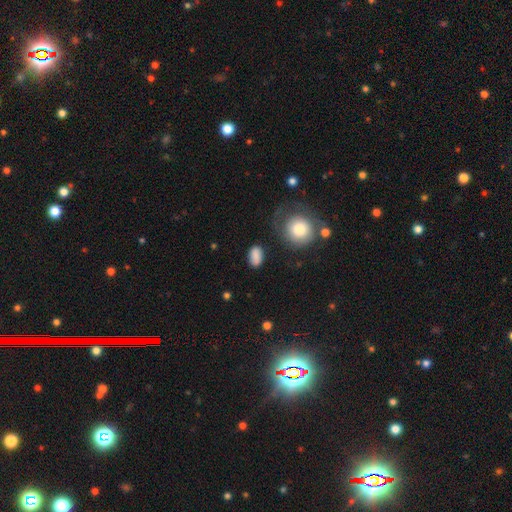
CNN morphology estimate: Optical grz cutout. It shows a smooth galaxy with no disk features (85%) that is in between round and cigar-shaped (84%). Merging: none (77%).